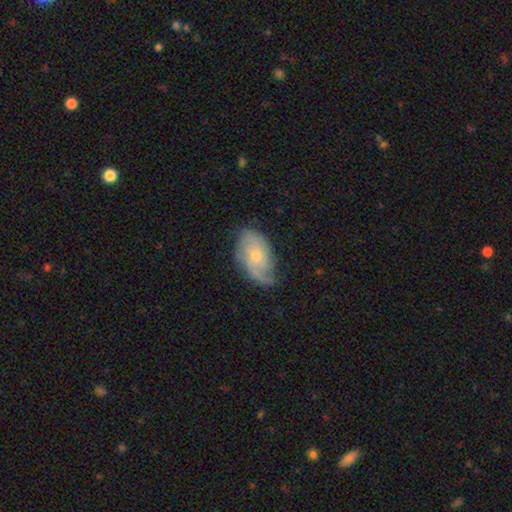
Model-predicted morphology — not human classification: Smooth or featured: featured or disk — 67% (smooth — 26%)
Edge-on disk: no — 95% (yes — 5%)
Bar: no — 74% (weak — 23%)
Spiral arms: yes — 89% (no — 11%)
Spiral winding: medium — 38% (tight — 34%)
Spiral arm count: 2 — 45% (can't tell — 22%)
Bulge size: small — 57% (moderate — 38%)
Merging: none — 62% (minor disturbance — 27%)